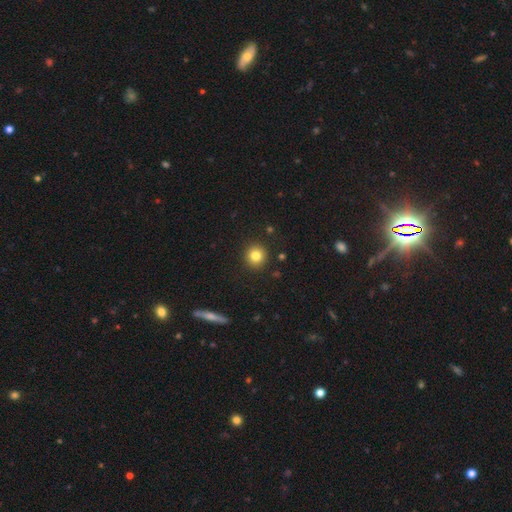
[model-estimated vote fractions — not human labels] Morphology: type=smooth (82%); roundness=round (93%); merging=none (92%).